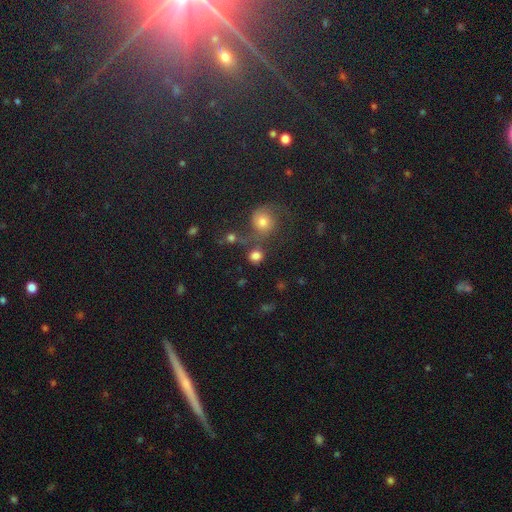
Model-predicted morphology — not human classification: Smooth or featured: smooth — 79% (star or artifact — 12%)
How rounded: round — 82% (in between — 16%)
Merging: none — 58% (merger — 23%)